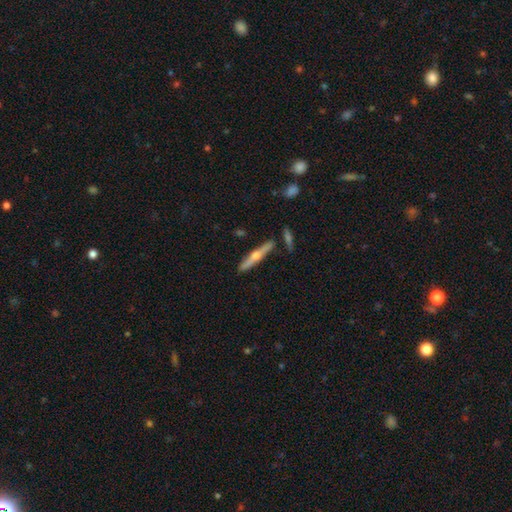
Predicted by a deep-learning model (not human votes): smooth-or-featured: featured or disk: 66% | smooth: 28% | star or artifact: 6%
  disk-edge-on: yes: 97% | no: 3%
    edge-on-bulge: rounded: 92% | none: 5% | boxy: 3%
  merging: none: 84% | minor disturbance: 9% | merger: 4% | major disturbance: 2%